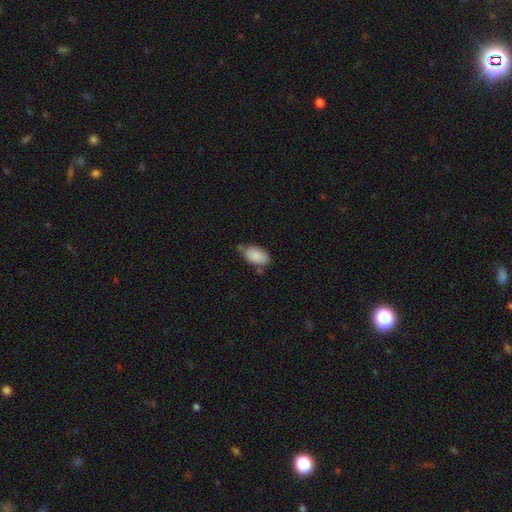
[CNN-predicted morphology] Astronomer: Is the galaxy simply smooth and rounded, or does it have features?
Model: smooth — 87%.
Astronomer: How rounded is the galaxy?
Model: in between — 93%.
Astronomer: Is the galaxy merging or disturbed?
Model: none — 54% (runner-up: minor disturbance, 31%).